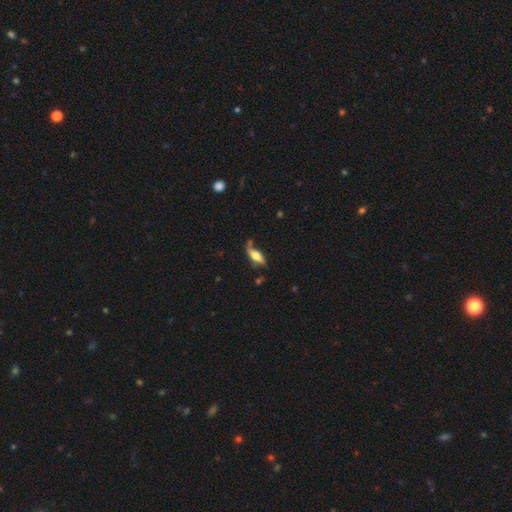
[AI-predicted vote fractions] Overall: smooth (53%; featured or disk 40%). How rounded: in between (65%; cigar-shaped 32%). Merging: none (52%; minor disturbance 28%).